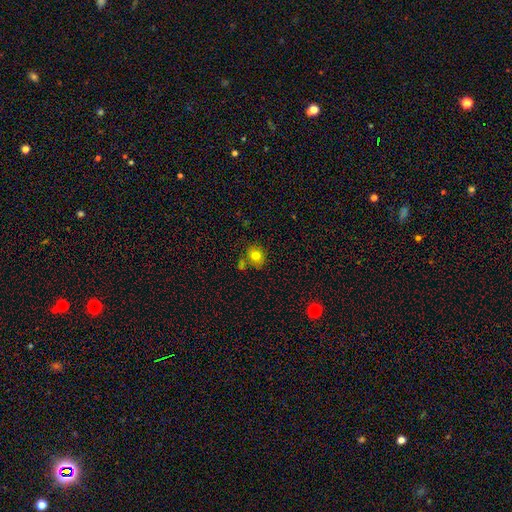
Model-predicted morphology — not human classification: smooth-or-featured: smooth: 78% | featured or disk: 11% | star or artifact: 11%
  how-rounded: round: 76% | in between: 23% | cigar-shaped: 1%
  merging: none: 69% | merger: 14% | minor disturbance: 13% | major disturbance: 4%